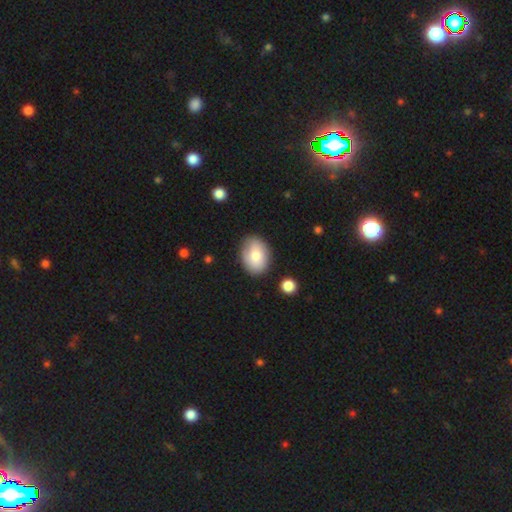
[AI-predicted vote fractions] smooth_or_featured: smooth (p=0.77) [alt: featured or disk p=0.16]
how_rounded: in between (p=0.76) [alt: round p=0.23]
merging: none (p=0.81) [alt: minor disturbance p=0.13]